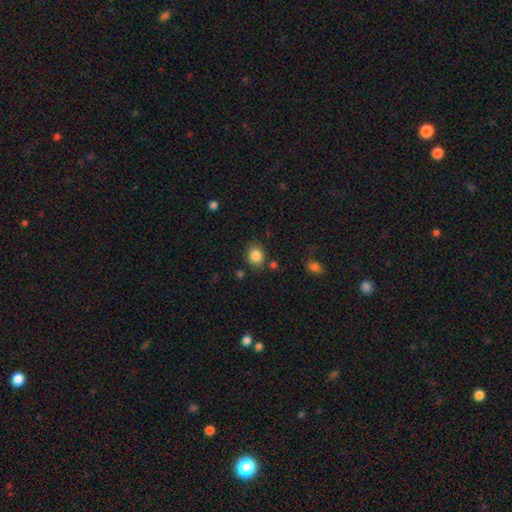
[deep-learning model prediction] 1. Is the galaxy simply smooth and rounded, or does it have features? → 86% smooth, 10% star or artifact, 5% featured or disk.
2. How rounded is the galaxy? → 71% round, 28% in between, 1% cigar-shaped.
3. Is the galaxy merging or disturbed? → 80% none, 12% minor disturbance, 5% merger, 4% major disturbance.